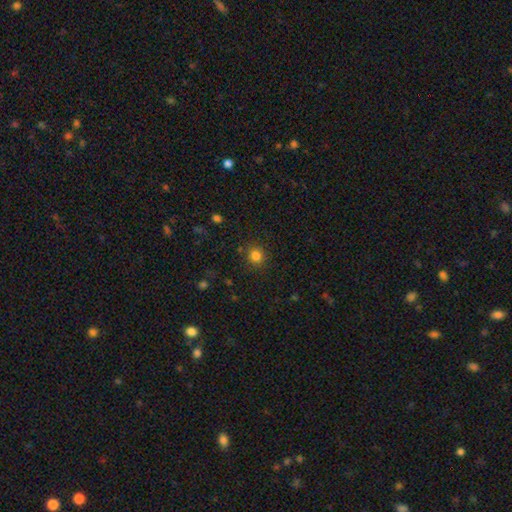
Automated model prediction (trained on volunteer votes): Smooth or featured? Predicted: smooth (p=0.82). How rounded? Predicted: round (p=0.88). Merging? Predicted: none (p=0.87).